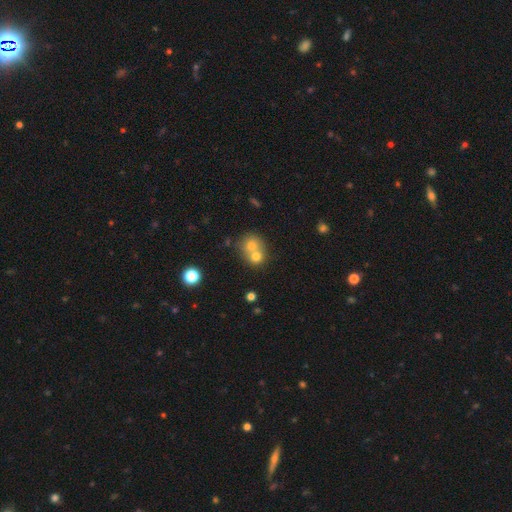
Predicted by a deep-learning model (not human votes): Q: Smooth or featured?
A: smooth (71%); runner-up: featured or disk (17%)
Q: How rounded?
A: round (77%); runner-up: in between (22%)
Q: Merging?
A: merger (63%); runner-up: none (29%)